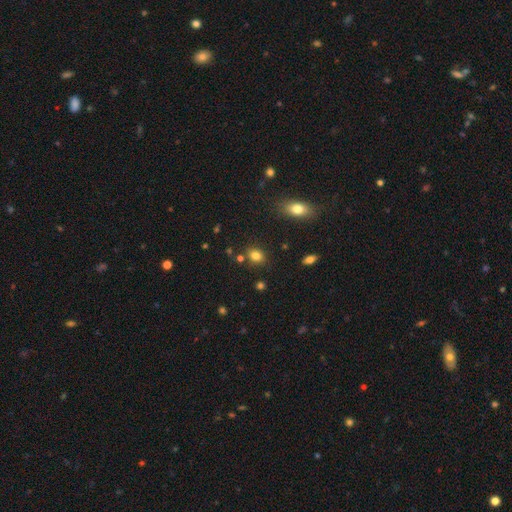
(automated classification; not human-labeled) Smooth or featured?
  - smooth: 81% *
  - star or artifact: 12%
  - featured or disk: 6%
How rounded?
  - in between: 57% *
  - round: 41%
  - cigar-shaped: 1%
Merging?
  - none: 80% *
  - minor disturbance: 11%
  - merger: 5%
  - major disturbance: 3%